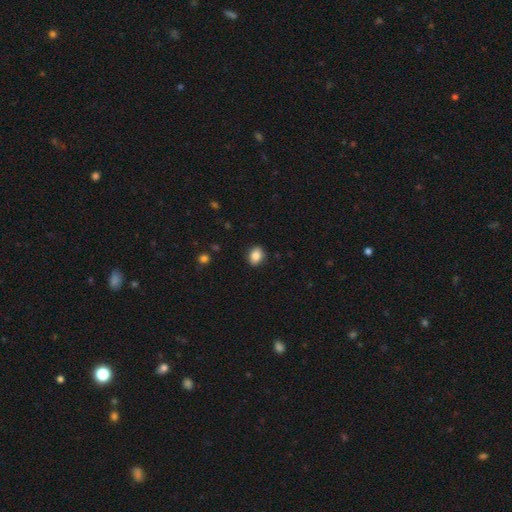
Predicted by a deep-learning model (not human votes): Overall: smooth (85%). How rounded: in between (60%; round 39%). Merging: none (88%).